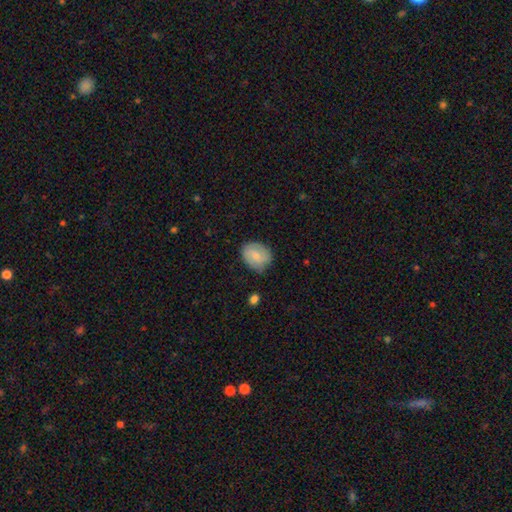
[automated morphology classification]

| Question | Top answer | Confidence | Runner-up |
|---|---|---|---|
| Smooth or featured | smooth | 67% | featured or disk (26%) |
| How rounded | in between | 54% | round (45%) |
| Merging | none | 72% | minor disturbance (22%) |